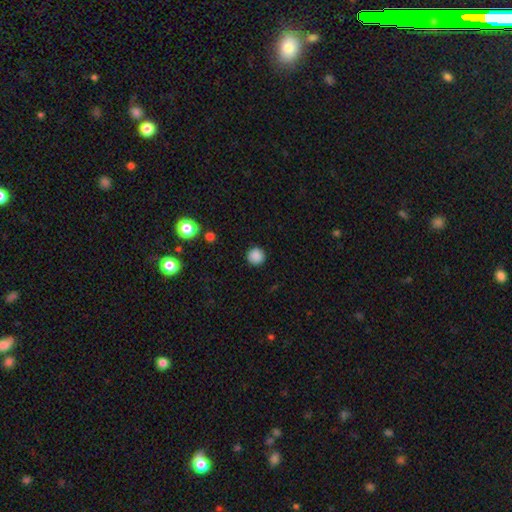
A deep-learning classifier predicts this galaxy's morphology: Q: Smooth or featured?
A: smooth (87%); runner-up: star or artifact (10%)
Q: How rounded?
A: round (95%); runner-up: in between (4%)
Q: Merging?
A: none (92%); runner-up: minor disturbance (5%)